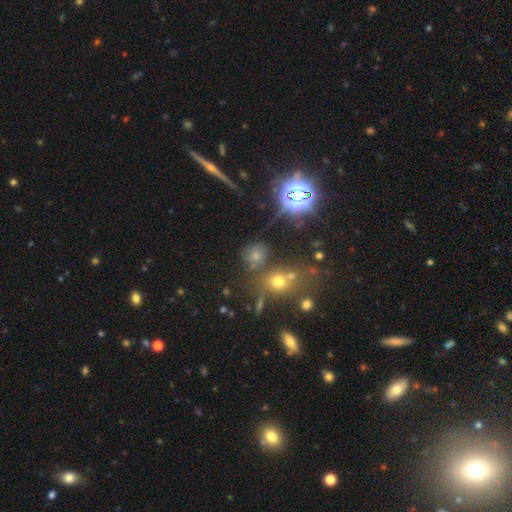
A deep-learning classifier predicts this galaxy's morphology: smooth_or_featured: smooth (p=0.58) [alt: star or artifact p=0.30]
how_rounded: round (p=0.78) [alt: in between p=0.20]
merging: none (p=0.64) [alt: merger p=0.14]